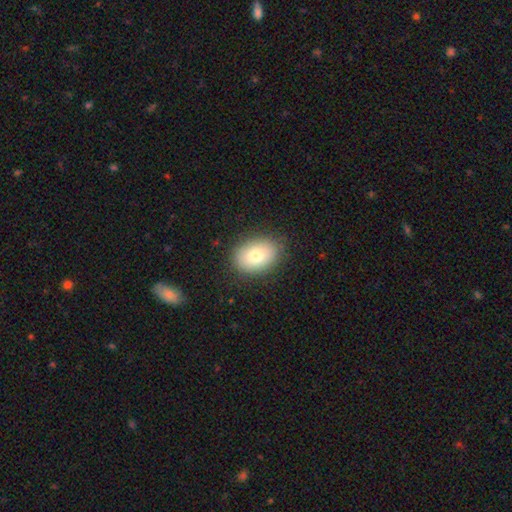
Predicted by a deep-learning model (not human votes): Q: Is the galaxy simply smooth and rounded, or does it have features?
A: smooth — 78%.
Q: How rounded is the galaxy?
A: in between — 75%.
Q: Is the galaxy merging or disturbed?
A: none — 86%.